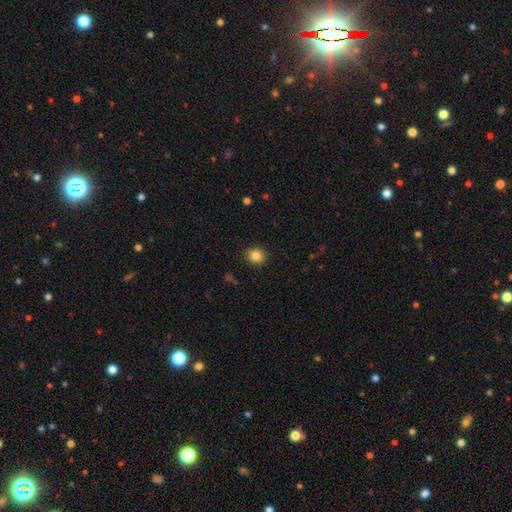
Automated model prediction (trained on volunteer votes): This is clearly a smooth galaxy (84%). How rounded: clearly round (84%). Merging: clearly none (91%).